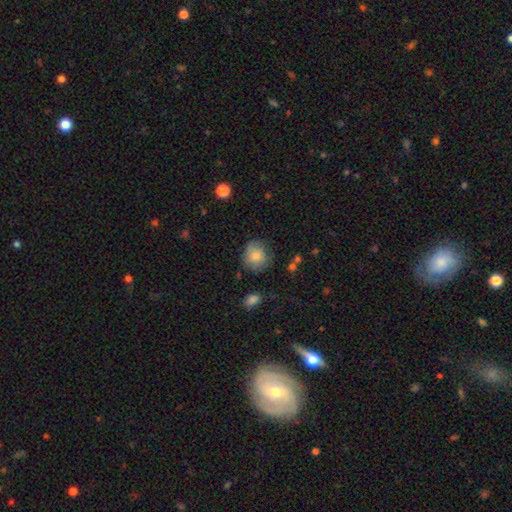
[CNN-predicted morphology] Smooth or featured? Predicted: smooth (p=0.77). How rounded? Predicted: round (p=0.82). Merging? Predicted: none (p=0.72).